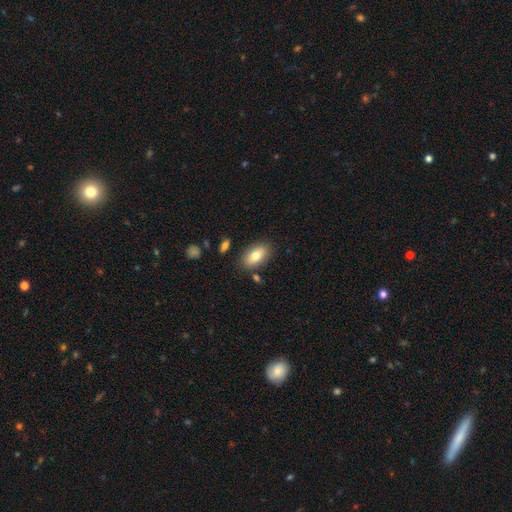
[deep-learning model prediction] This is likely a smooth galaxy (77%). How rounded: clearly in between (91%). Merging: clearly none (82%).